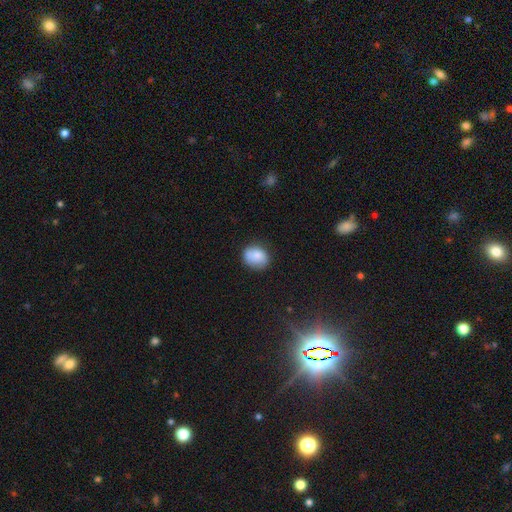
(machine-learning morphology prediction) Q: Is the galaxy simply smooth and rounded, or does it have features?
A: smooth — 80%.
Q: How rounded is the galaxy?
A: round — 59%.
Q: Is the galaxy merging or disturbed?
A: none — 68%.